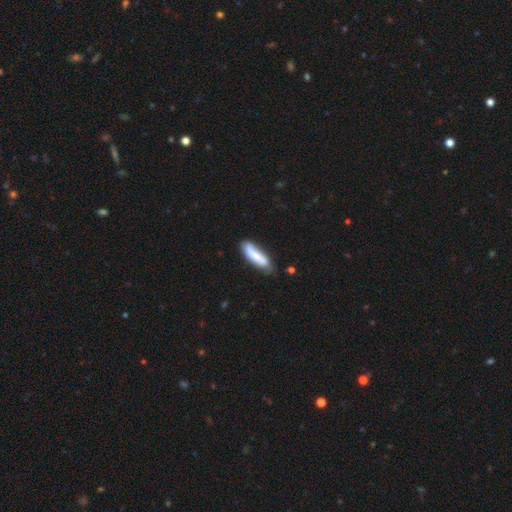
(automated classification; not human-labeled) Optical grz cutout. It shows a smooth galaxy with no disk features (65%) that is cigar-shaped (57%). Merging: none (63%).